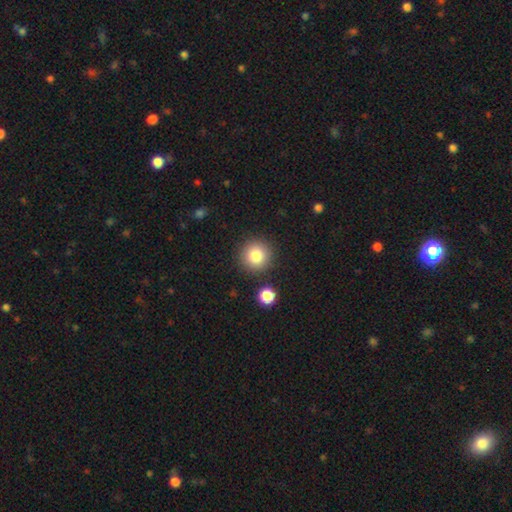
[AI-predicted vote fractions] Overall: smooth (82%). How rounded: round (95%). Merging: none (87%).